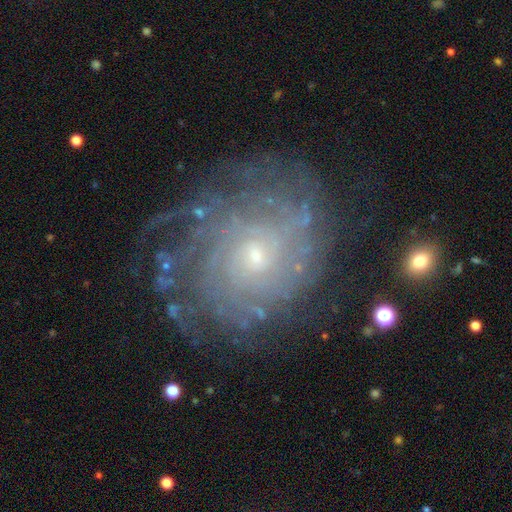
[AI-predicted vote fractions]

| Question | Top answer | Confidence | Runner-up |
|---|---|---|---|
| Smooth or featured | featured or disk | 83% | smooth (8%) |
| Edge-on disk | no | 97% | yes (3%) |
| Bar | no | 77% | weak (19%) |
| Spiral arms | yes | 94% | no (6%) |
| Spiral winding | tight | 76% | medium (18%) |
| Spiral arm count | can't tell | 40% | more than 4 (21%) |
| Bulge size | small | 74% | moderate (22%) |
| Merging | none | 76% | minor disturbance (15%) |